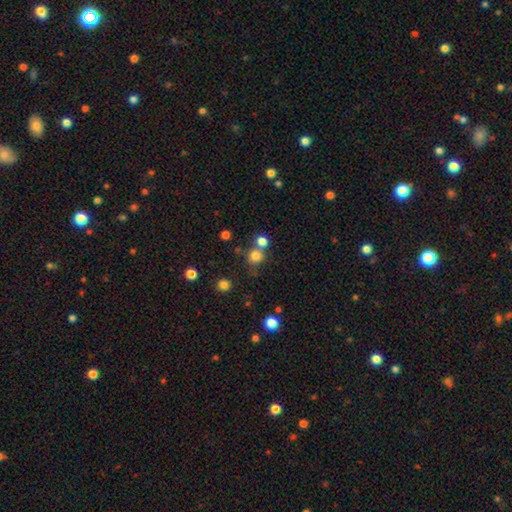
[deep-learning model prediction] A smooth galaxy with no disk features (78%) that is round (90%).

Vote fractions:
- Smooth or featured? smooth: 78% / star or artifact: 15% / featured or disk: 7%
- How rounded? round: 90% / in between: 9% / cigar-shaped: 1%
- Merging? none: 62% / merger: 26% / minor disturbance: 8% / major disturbance: 4%